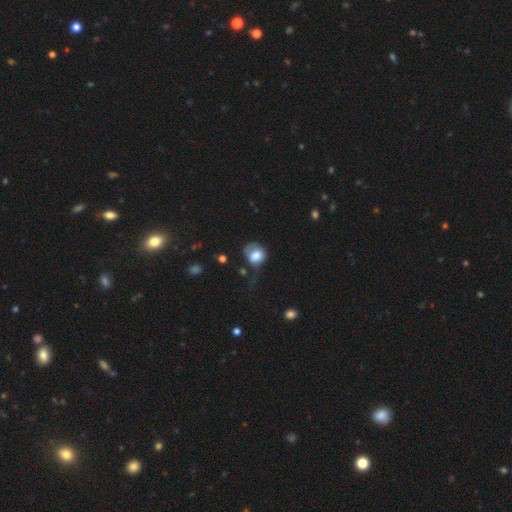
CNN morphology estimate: A smooth galaxy with no disk features (74%) that is round (65%). Merging: major disturbance (36%).